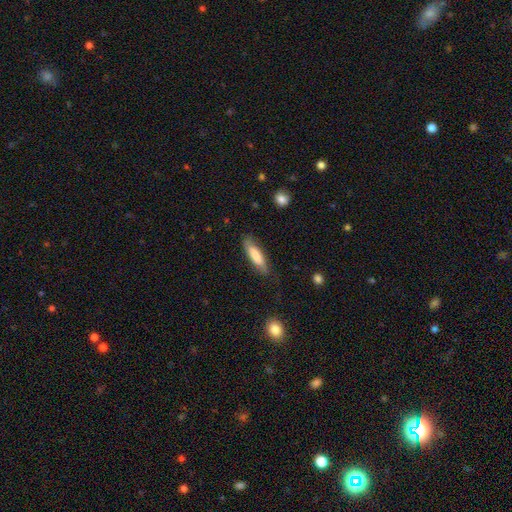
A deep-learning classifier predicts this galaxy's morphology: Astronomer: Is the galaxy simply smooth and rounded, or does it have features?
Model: smooth — 76%.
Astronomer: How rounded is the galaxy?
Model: cigar-shaped — 61% (runner-up: in between, 37%).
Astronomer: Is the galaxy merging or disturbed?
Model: none — 77%.